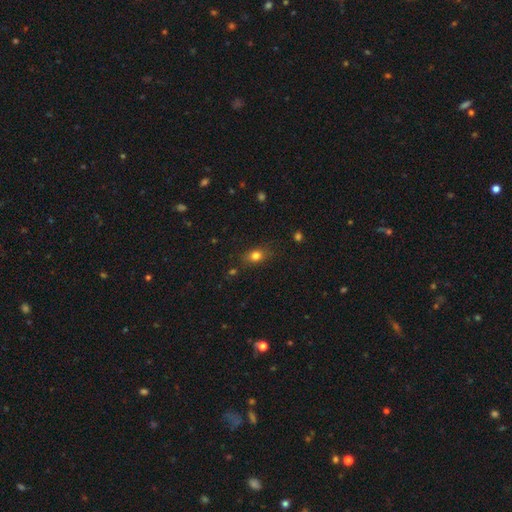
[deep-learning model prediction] Smooth or featured? smooth (79%)
How rounded? in between (61%)
Merging? none (79%)